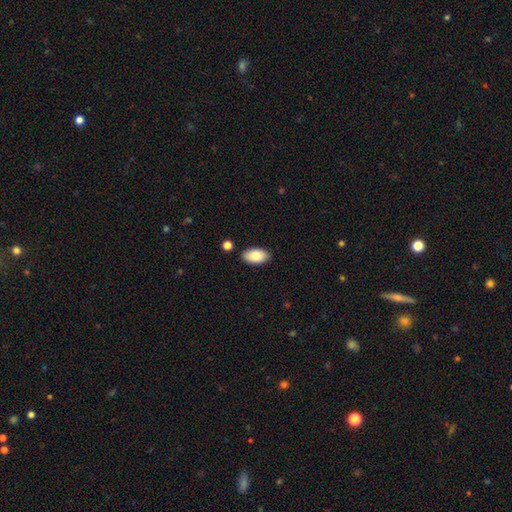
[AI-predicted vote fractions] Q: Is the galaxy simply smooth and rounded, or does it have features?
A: smooth — 87%.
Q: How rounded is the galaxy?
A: in between — 95%.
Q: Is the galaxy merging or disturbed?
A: none — 87%.